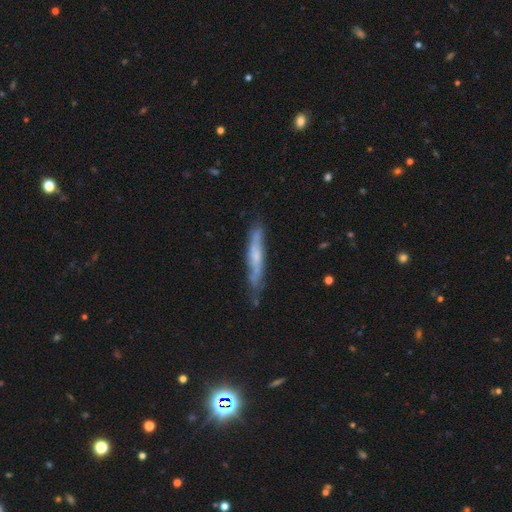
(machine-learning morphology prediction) Smooth or featured: featured or disk — 54% (smooth — 39%)
Edge-on disk: yes — 78% (no — 22%)
Merging: none — 65% (minor disturbance — 26%)